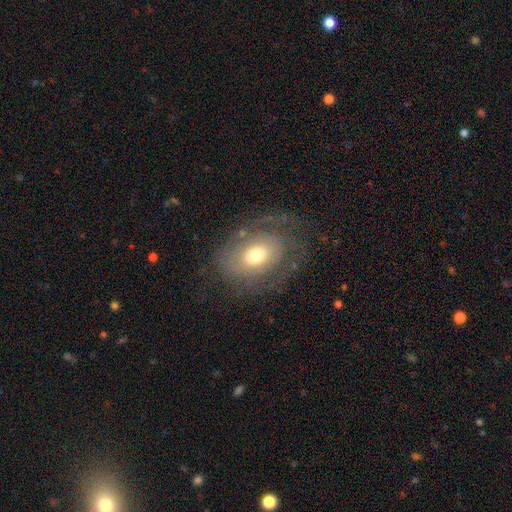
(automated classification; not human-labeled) The model was most divided on "smooth or featured": featured or disk: 52%, smooth: 39%, star or artifact: 9%. More confident: edge-on disk — no (94%); merging — none (61%).